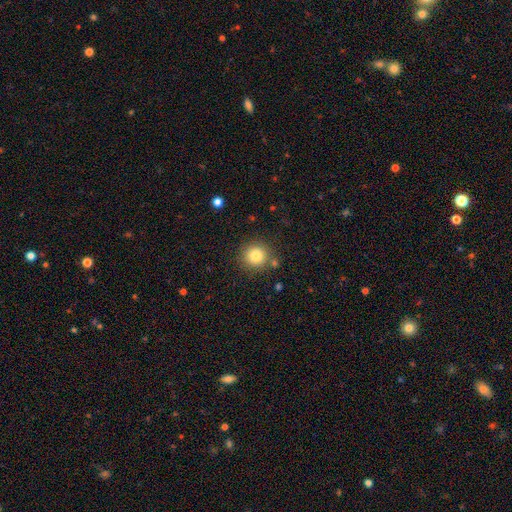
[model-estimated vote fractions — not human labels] Q: Smooth or featured?
A: smooth (83%); runner-up: star or artifact (11%)
Q: How rounded?
A: round (92%); runner-up: in between (7%)
Q: Merging?
A: none (84%); runner-up: minor disturbance (8%)